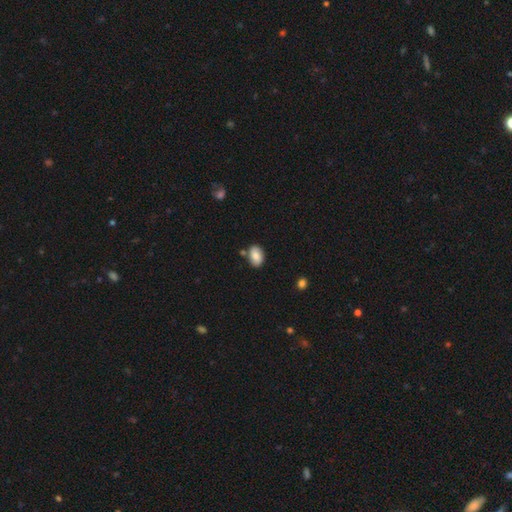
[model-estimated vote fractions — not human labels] Overall: smooth (79%). How rounded: in between (87%). Merging: none (76%).